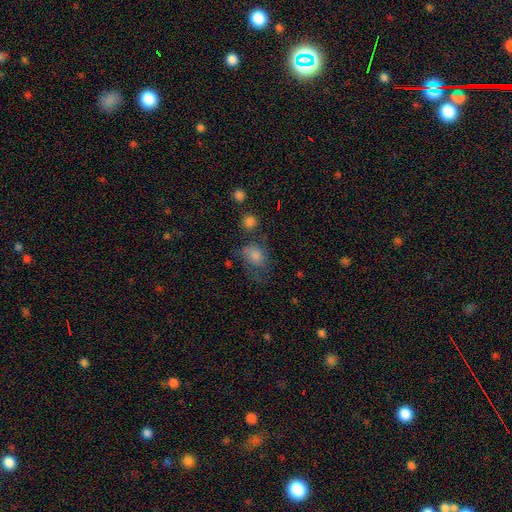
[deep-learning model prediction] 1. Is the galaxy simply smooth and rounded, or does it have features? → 60% smooth, 25% featured or disk, 15% star or artifact.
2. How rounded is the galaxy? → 49% in between (tied), 49% round (tied), 1% cigar-shaped.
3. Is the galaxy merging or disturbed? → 45% none, 25% minor disturbance, 23% major disturbance, 7% merger.